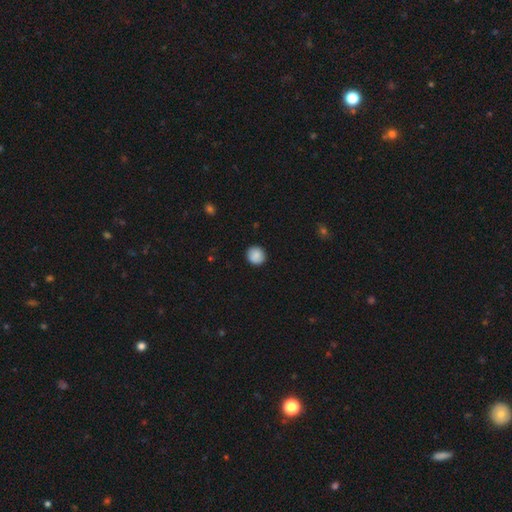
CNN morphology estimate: Overall: smooth (87%). How rounded: round (89%). Merging: none (89%).